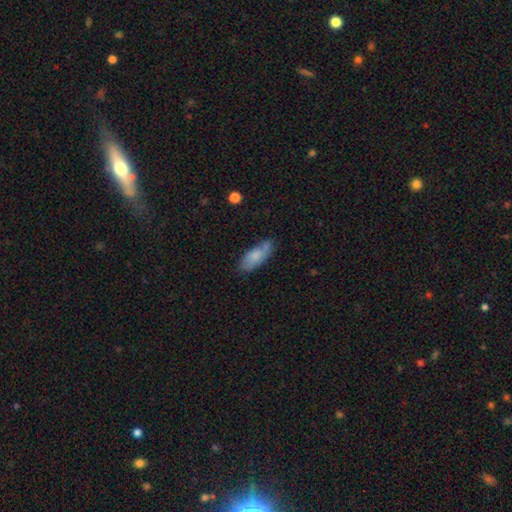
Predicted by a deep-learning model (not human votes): Q: Smooth or featured?
A: smooth (76%); runner-up: featured or disk (18%)
Q: How rounded?
A: in between (76%); runner-up: cigar-shaped (22%)
Q: Merging?
A: none (60%); runner-up: minor disturbance (26%)